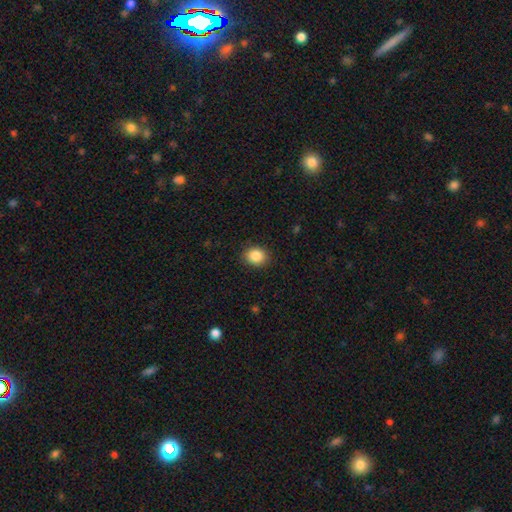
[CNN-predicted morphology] A smooth galaxy with no disk features (87%) that is round (58%). Merging: none (89%).